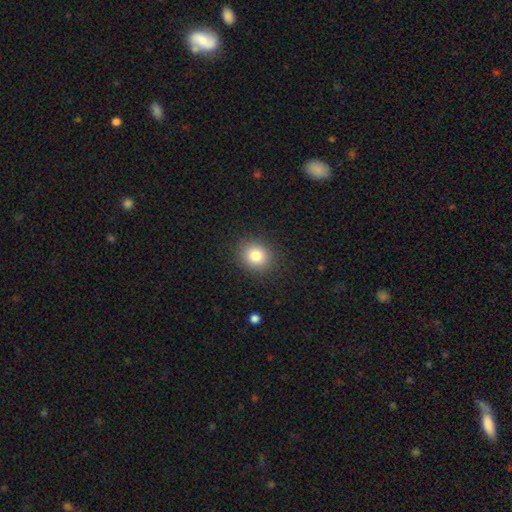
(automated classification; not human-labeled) This is clearly a smooth galaxy (82%). How rounded: likely round (70%). Merging: clearly none (89%).